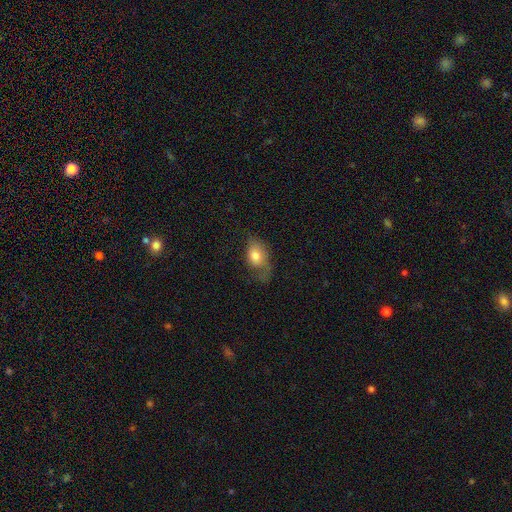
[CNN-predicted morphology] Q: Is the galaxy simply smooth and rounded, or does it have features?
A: smooth — 74%.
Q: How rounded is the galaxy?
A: in between — 83%.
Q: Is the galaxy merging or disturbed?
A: none — 33%, tied with minor disturbance.